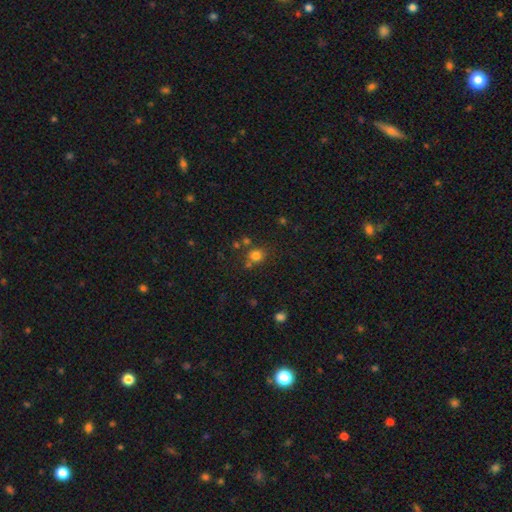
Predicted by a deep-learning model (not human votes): This appears to be a smooth galaxy with no disk features (77%) that is round (85%). Merging: none (70%).